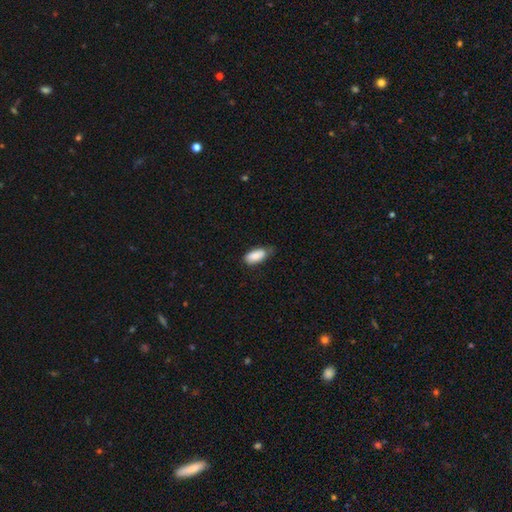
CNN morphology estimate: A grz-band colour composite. It shows a smooth galaxy with no disk features (87%) that is in between round and cigar-shaped (88%). Merging: none (54%).